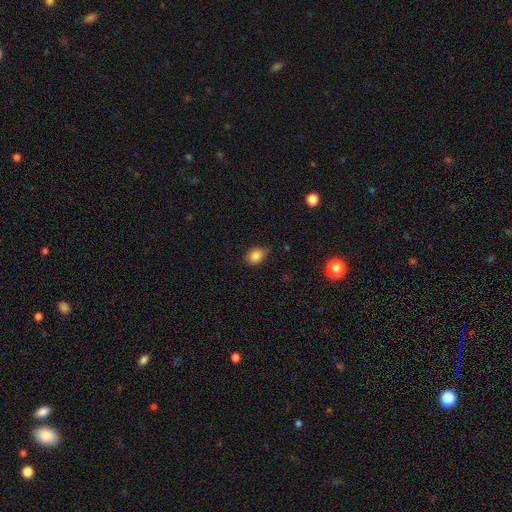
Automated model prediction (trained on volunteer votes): Smooth or featured?
  - smooth: 83% *
  - star or artifact: 10%
  - featured or disk: 7%
How rounded?
  - in between: 69% *
  - round: 30%
  - cigar-shaped: 1%
Merging?
  - none: 72% *
  - minor disturbance: 23%
  - major disturbance: 3%
  - merger: 1%